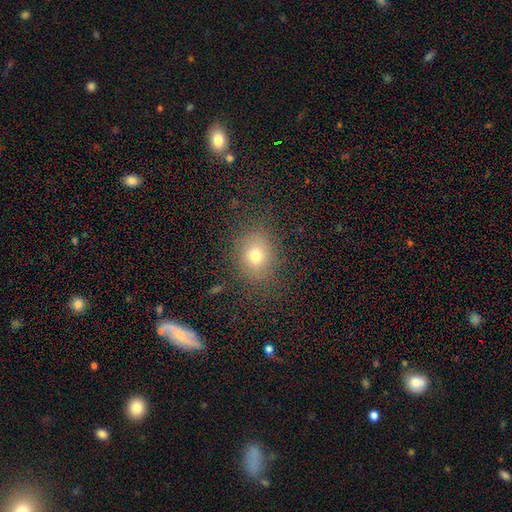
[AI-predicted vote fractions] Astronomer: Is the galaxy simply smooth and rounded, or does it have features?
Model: smooth — 74%.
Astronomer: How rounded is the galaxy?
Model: round — 52% (runner-up: in between, 47%).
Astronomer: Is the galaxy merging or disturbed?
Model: none — 82%.